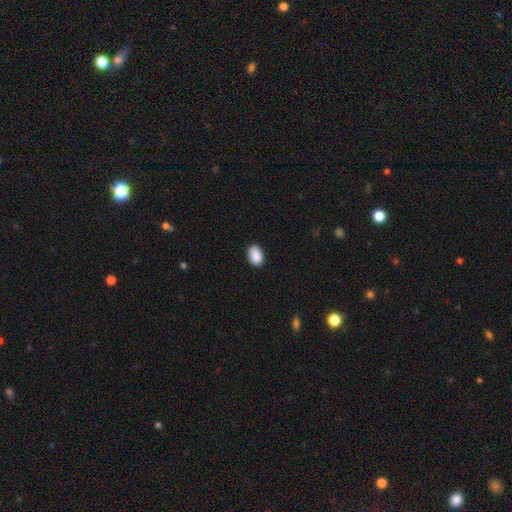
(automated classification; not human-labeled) smooth-or-featured: smooth: 90% | star or artifact: 7% | featured or disk: 3%
  how-rounded: in between: 89% | round: 9% | cigar-shaped: 1%
  merging: none: 85% | minor disturbance: 12% | major disturbance: 2% | merger: 1%